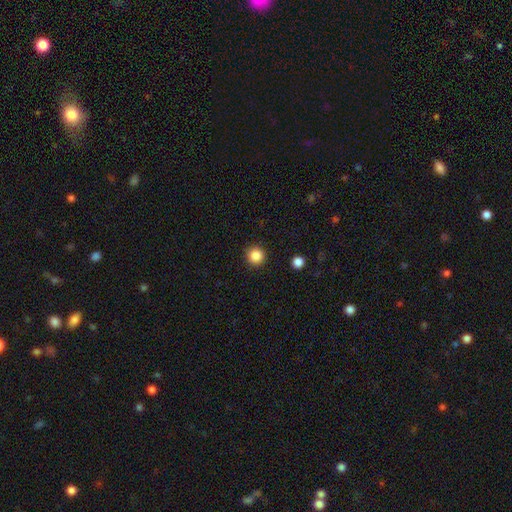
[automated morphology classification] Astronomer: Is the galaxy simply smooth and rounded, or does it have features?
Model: smooth — 86%.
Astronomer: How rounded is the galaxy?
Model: round — 95%.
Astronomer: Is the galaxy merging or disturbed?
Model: none — 91%.